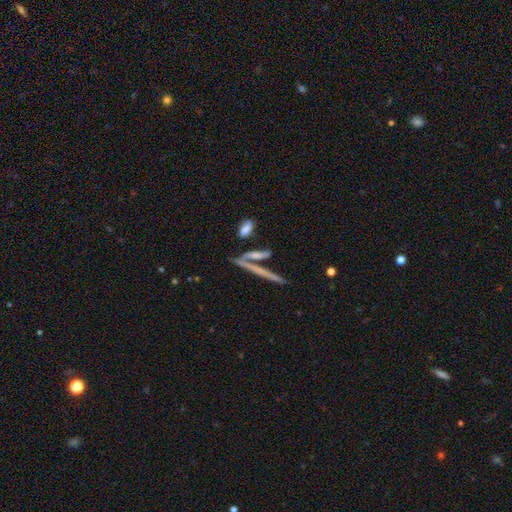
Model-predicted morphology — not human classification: smooth_or_featured: smooth (p=0.45) [alt: featured or disk p=0.44]
merging: none (p=0.63) [alt: merger p=0.22]